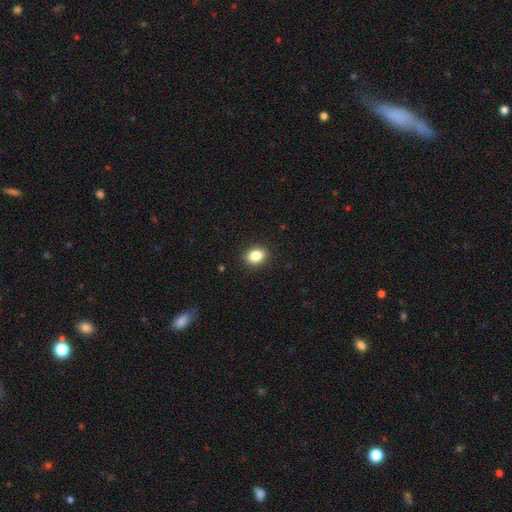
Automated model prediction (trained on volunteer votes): smooth_or_featured: smooth (p=0.85) [alt: star or artifact p=0.10]
how_rounded: in between (p=0.62) [alt: round p=0.37]
merging: none (p=0.90) [alt: minor disturbance p=0.07]